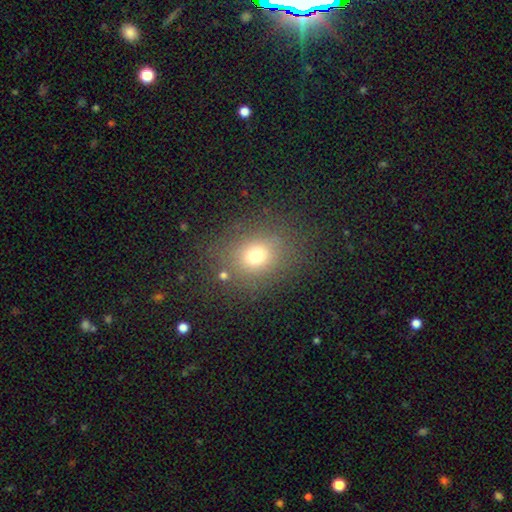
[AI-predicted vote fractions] Smooth or featured: smooth — 70% (star or artifact — 18%)
How rounded: round — 60% (in between — 38%)
Merging: none — 79% (minor disturbance — 11%)